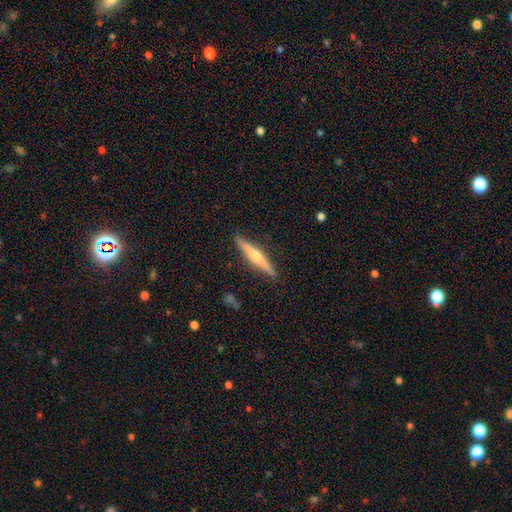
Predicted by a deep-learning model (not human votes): Overall: featured or disk (66%; smooth 27%). Edge-on disk: yes (97%). Edge-on bulge: rounded (84%). Merging: none (90%).